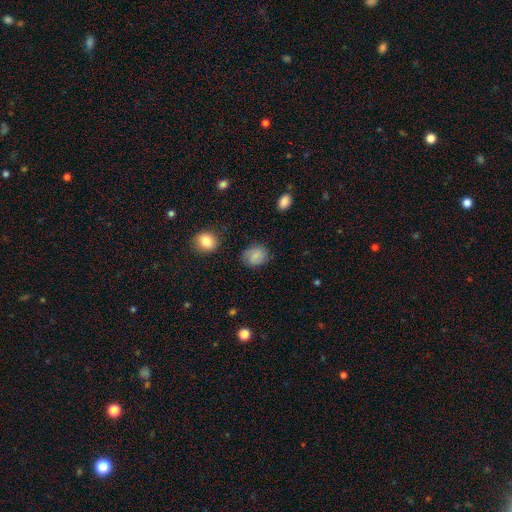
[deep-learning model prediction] Smooth or featured? smooth (79%)
How rounded? round (52%)
Merging? none (80%)